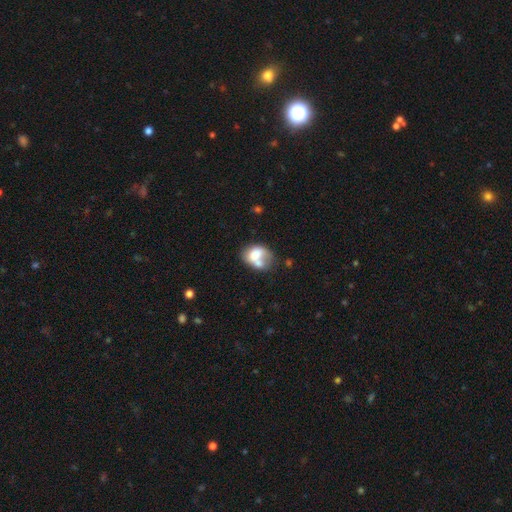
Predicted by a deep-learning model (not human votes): smooth 66%, featured or disk 25%, star or artifact 9%. Down the decision tree: how rounded — in between (65%); merging — merger (48%).